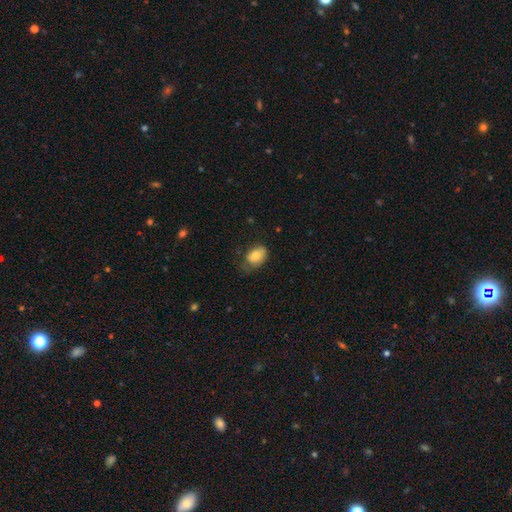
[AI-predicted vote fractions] Q: Smooth or featured?
A: smooth (79%); runner-up: featured or disk (14%)
Q: How rounded?
A: in between (83%); runner-up: round (15%)
Q: Merging?
A: none (48%); runner-up: minor disturbance (34%)